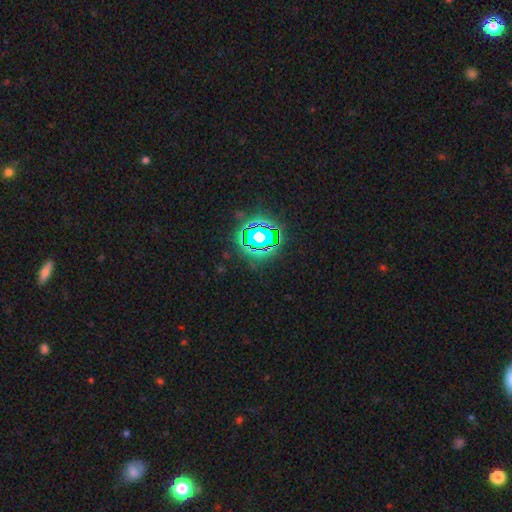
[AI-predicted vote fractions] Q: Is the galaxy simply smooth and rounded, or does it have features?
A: star or artifact — 79%.